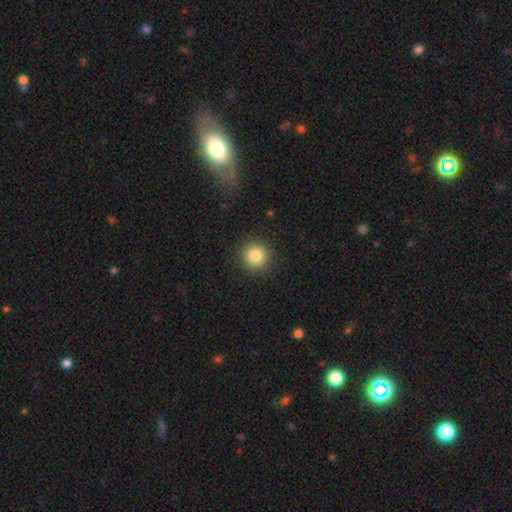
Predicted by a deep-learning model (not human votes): The model was most divided on "smooth or featured": smooth: 84%, star or artifact: 10%, featured or disk: 6%. More confident: how rounded — round (94%); merging — none (90%).